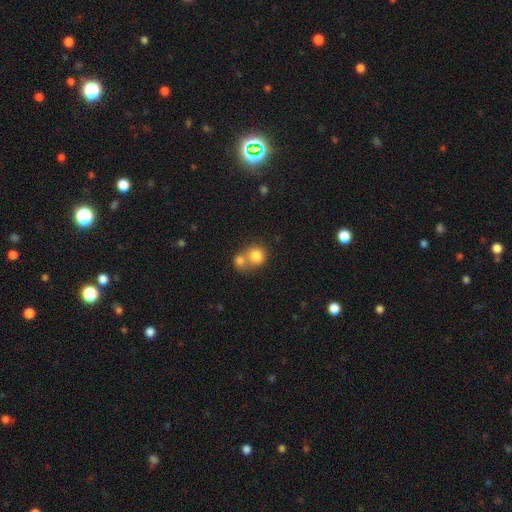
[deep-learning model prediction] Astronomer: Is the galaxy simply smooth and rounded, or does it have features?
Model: smooth — 81%.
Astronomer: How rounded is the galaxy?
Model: round — 82%.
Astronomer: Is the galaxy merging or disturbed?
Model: merger — 57% (runner-up: none, 34%).